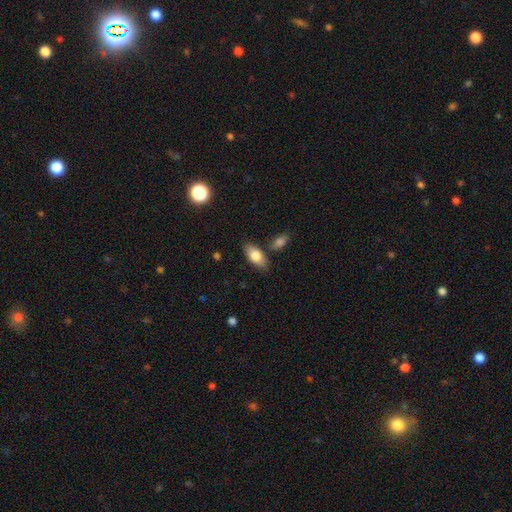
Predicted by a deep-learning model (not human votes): This appears to be a smooth galaxy with no disk features (78%) that is in between round and cigar-shaped (88%). Merging: none (78%).